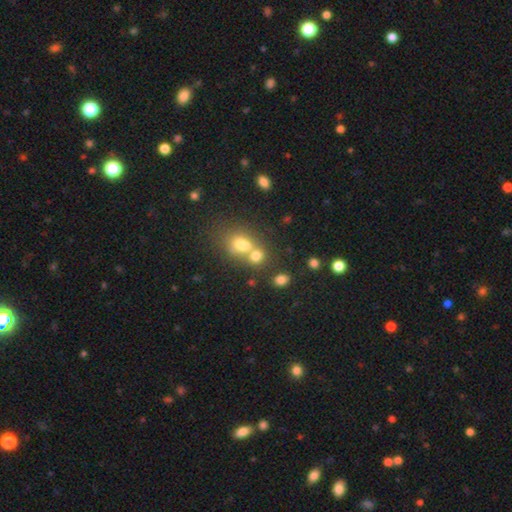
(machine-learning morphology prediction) Smooth or featured? smooth (72%)
How rounded? in between (51%)
Merging? merger (55%)